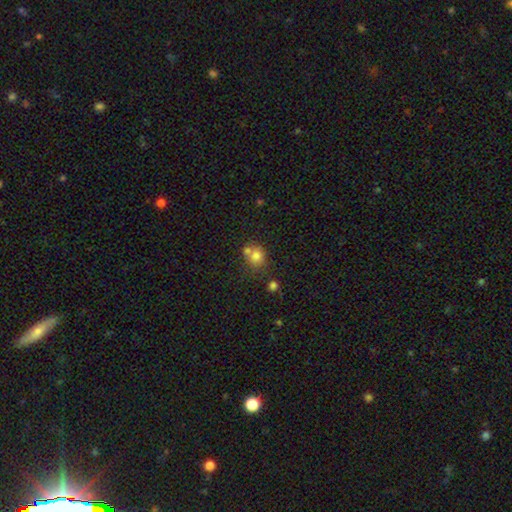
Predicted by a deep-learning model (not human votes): Smooth or featured? smooth (76%)
How rounded? round (77%)
Merging? none (54%)